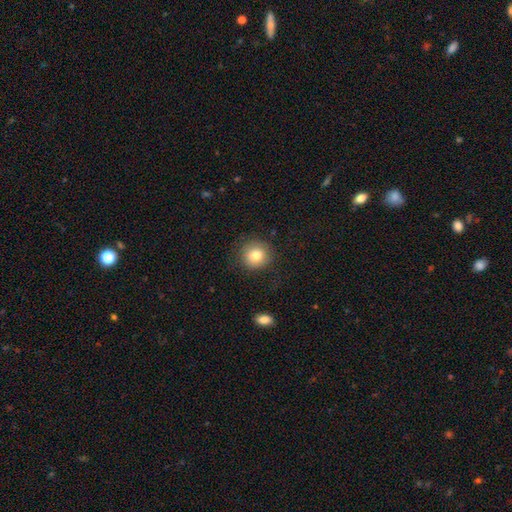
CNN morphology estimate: A smooth galaxy with no disk features (81%) that is round (90%).

Vote fractions:
- Smooth or featured? smooth: 81% / star or artifact: 10% / featured or disk: 10%
- How rounded? round: 90% / in between: 9% / cigar-shaped: 1%
- Merging? none: 84% / minor disturbance: 11% / major disturbance: 4% / merger: 1%